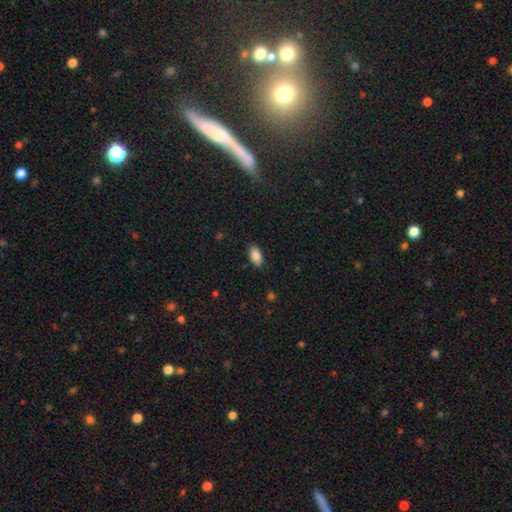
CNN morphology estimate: smooth-or-featured: smooth: 87% | star or artifact: 7% | featured or disk: 5%
  how-rounded: in between: 93% | cigar-shaped: 4% | round: 3%
  merging: none: 86% | minor disturbance: 10% | major disturbance: 2% | merger: 1%